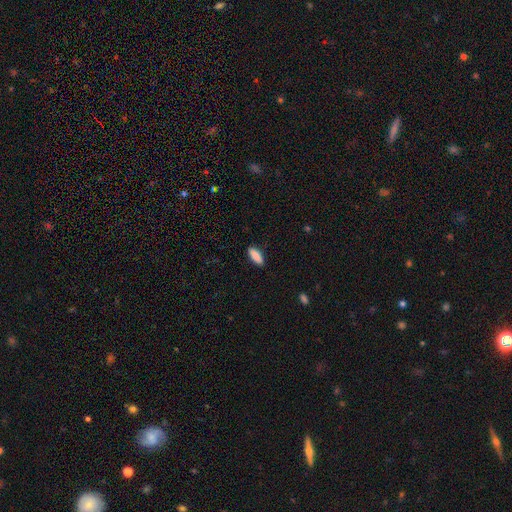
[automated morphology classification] A smooth galaxy with no disk features (88%) that is in between round and cigar-shaped (69%). Merging: none (89%).